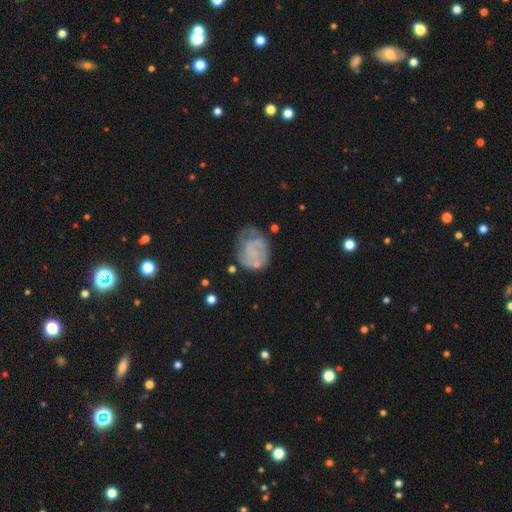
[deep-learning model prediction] Smooth or featured? Predicted: featured or disk (p=0.53). Edge-on disk? Predicted: no (p=0.98). Bar? Predicted: no (p=0.77). Spiral arms? Predicted: yes (p=0.62). Bulge size? Predicted: none (p=0.64). Merging? Predicted: none (p=0.50).